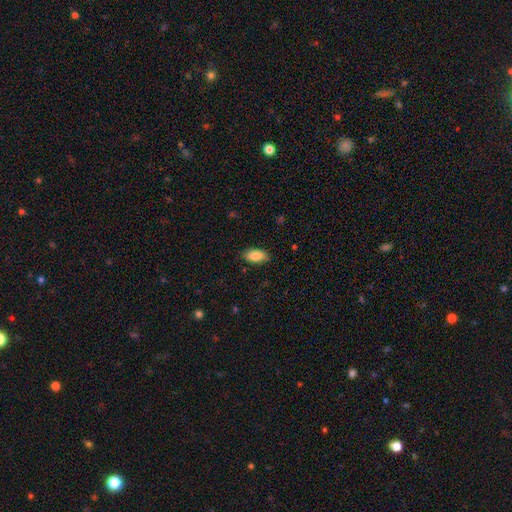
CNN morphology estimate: smooth-or-featured: smooth: 86% | featured or disk: 7% | star or artifact: 7%
  how-rounded: in between: 93% | cigar-shaped: 4% | round: 3%
  merging: none: 86% | minor disturbance: 10% | major disturbance: 2% | merger: 1%